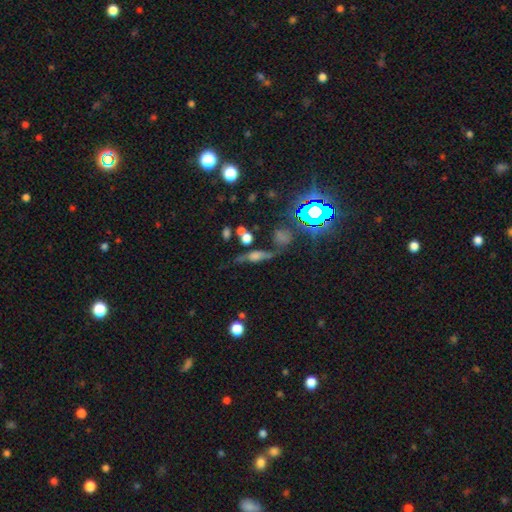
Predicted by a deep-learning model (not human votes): A featured or disk galaxy (46%). Merging: none (59%).